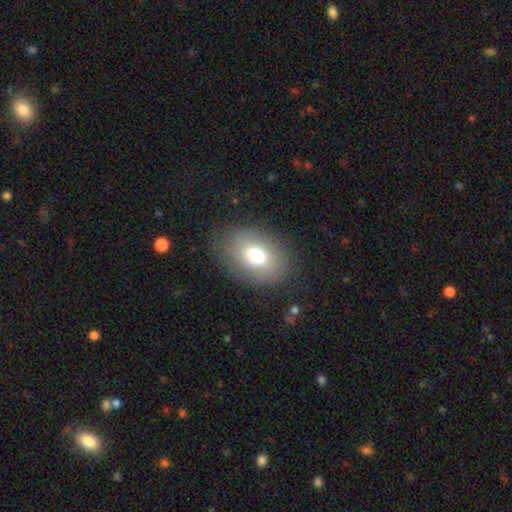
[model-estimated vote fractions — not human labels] A smooth galaxy with no disk features (75%) that is in between round and cigar-shaped (77%). Merging: none (80%).